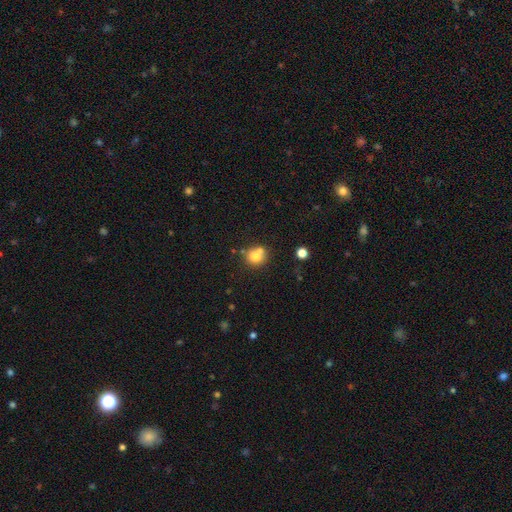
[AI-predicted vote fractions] The model was most divided on "merging": none: 56%, merger: 27%, minor disturbance: 12%, major disturbance: 4%. More confident: how rounded — round (82%); smooth or featured — smooth (76%).